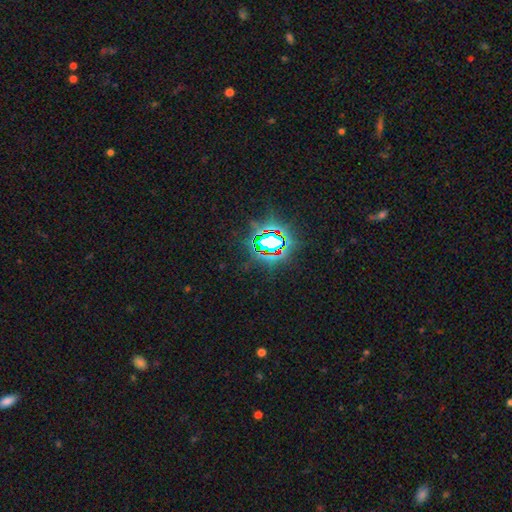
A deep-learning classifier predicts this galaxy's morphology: Overall: star or artifact (83%).